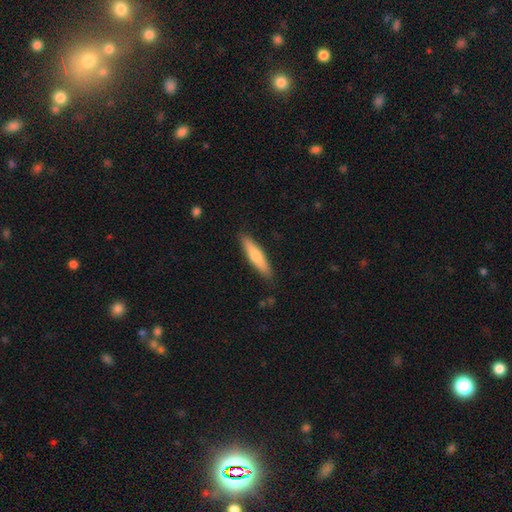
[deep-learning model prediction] Smooth or featured? Predicted: smooth (p=0.64). How rounded? Predicted: cigar-shaped (p=0.79). Merging? Predicted: none (p=0.88).